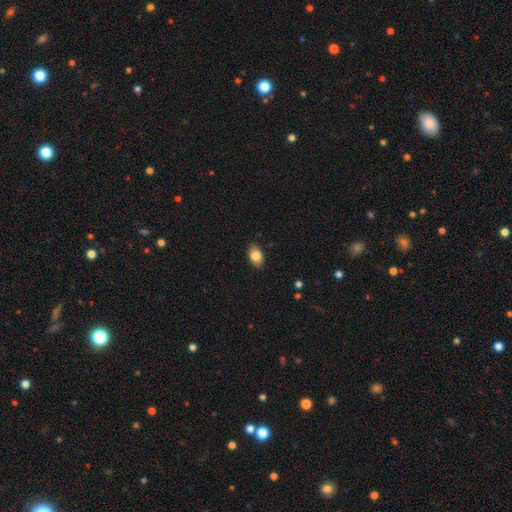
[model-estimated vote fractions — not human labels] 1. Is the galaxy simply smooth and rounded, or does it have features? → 82% smooth, 10% featured or disk, 8% star or artifact.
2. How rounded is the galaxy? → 88% in between, 11% round, 2% cigar-shaped.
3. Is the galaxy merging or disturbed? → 86% none, 11% minor disturbance, 2% major disturbance, 1% merger.